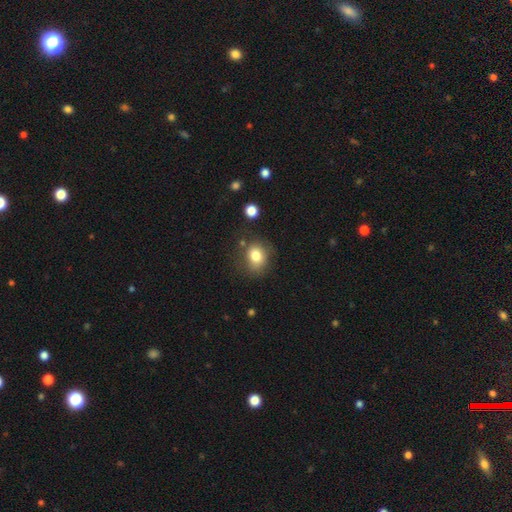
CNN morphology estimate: type=smooth (79%); roundness=round (57%); merging=none (70%).